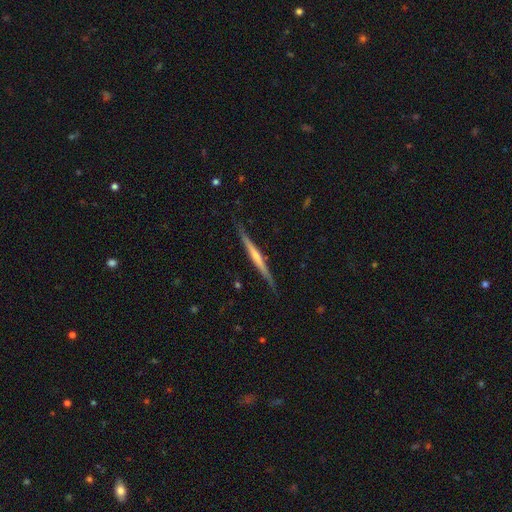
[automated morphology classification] Smooth or featured? Predicted: featured or disk (p=0.76). Edge-on disk? Predicted: yes (p=0.98). Edge-on bulge? Predicted: rounded (p=0.61). Merging? Predicted: none (p=0.89).